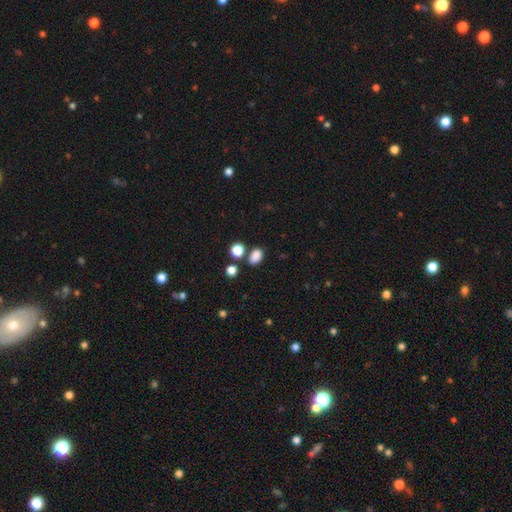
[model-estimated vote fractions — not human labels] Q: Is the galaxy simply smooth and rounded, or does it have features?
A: smooth — 83%.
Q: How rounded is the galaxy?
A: in between — 78%.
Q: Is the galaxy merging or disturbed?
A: none — 70%.